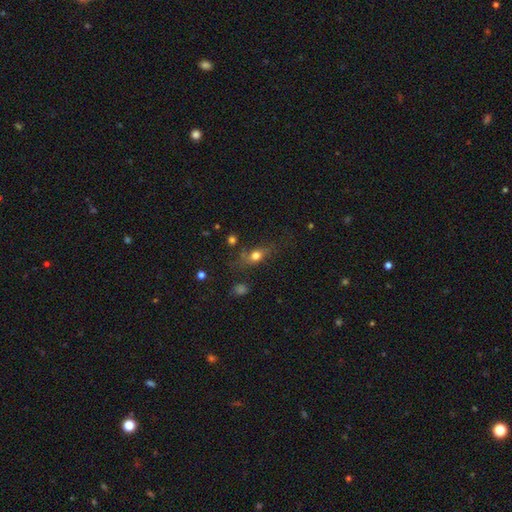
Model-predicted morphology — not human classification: A smooth galaxy with no disk features (70%) that is in between round and cigar-shaped (59%).

Vote fractions:
- Smooth or featured? smooth: 70% / featured or disk: 17% / star or artifact: 13%
- How rounded? in between: 59% / round: 26% / cigar-shaped: 15%
- Merging? none: 62% / minor disturbance: 21% / major disturbance: 11% / merger: 6%